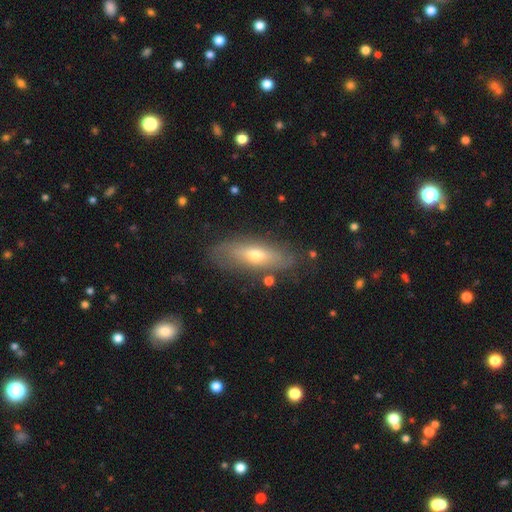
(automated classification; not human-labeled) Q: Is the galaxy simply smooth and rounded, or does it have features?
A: smooth — 47%.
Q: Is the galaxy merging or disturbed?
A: none — 78%.